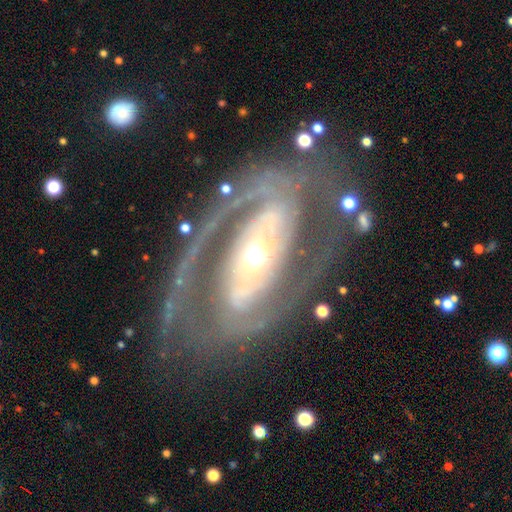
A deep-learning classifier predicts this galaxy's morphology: Smooth or featured? featured or disk (89%)
Edge-on disk? no (95%)
Bar? no (39%)
Spiral arms? yes (92%)
Spiral winding? medium (44%)
Spiral arm count? 2 (84%)
Bulge size? moderate (62%)
Merging? none (71%)